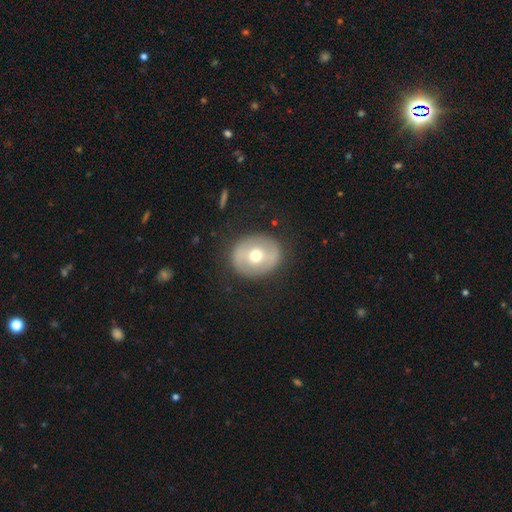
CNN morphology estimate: This is possibly a smooth galaxy (47%). Merging: clearly none (86%).